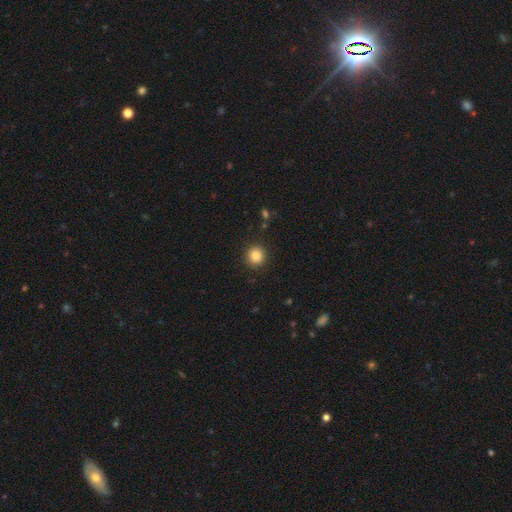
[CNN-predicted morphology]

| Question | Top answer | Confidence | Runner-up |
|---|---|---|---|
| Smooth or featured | smooth | 84% | star or artifact (11%) |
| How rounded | round | 91% | in between (8%) |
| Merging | none | 91% | minor disturbance (6%) |